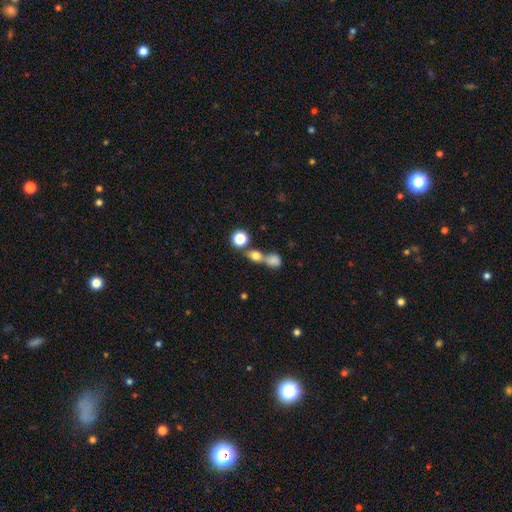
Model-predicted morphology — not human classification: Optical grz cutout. It shows a smooth galaxy with no disk features (75%) that is round (65%). Merging: merger (44%).